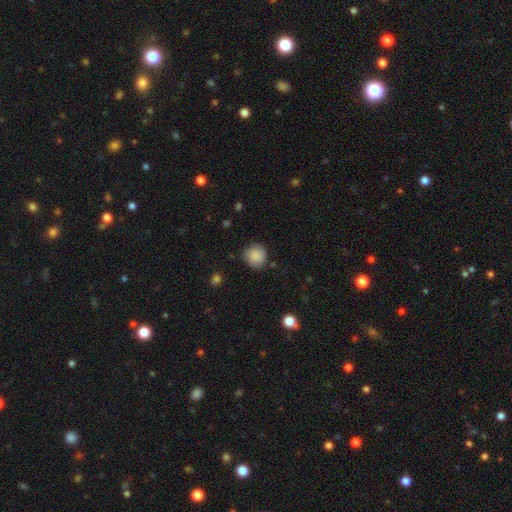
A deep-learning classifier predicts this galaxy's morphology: Smooth or featured? smooth (84%)
How rounded? round (90%)
Merging? none (82%)